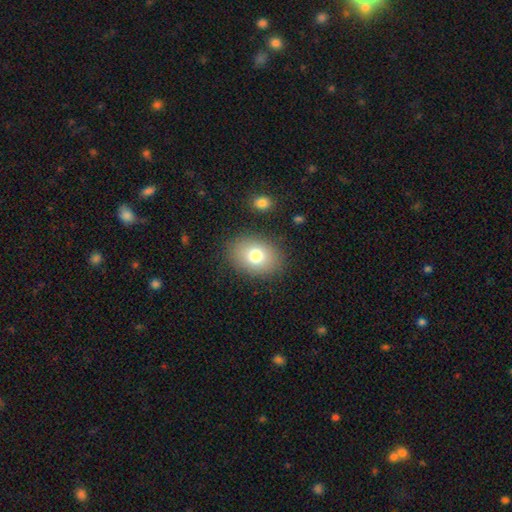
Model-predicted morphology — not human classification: smooth-or-featured: smooth: 78% | featured or disk: 13% | star or artifact: 9%
  how-rounded: in between: 70% | round: 29% | cigar-shaped: 1%
  merging: none: 84% | minor disturbance: 10% | major disturbance: 3% | merger: 2%